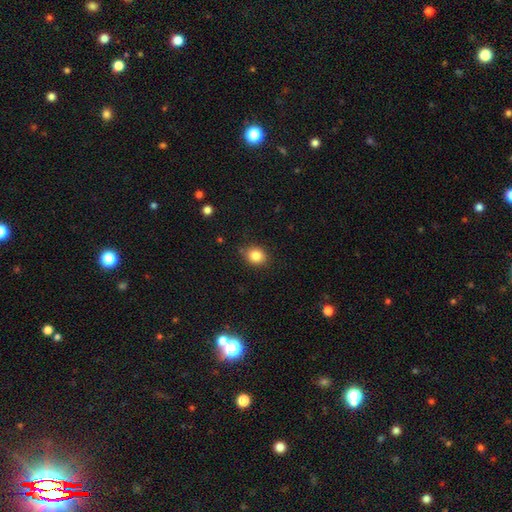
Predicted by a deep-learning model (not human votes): Smooth or featured?
  - smooth: 84% *
  - star or artifact: 10%
  - featured or disk: 6%
How rounded?
  - round: 67% *
  - in between: 33%
  - cigar-shaped: 1%
Merging?
  - none: 84% *
  - minor disturbance: 11%
  - major disturbance: 3%
  - merger: 2%